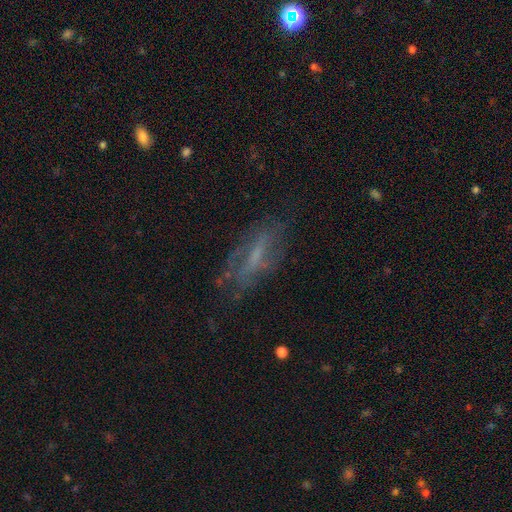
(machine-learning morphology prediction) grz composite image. It shows a featured or disk galaxy (57%). Merging: none (60%).